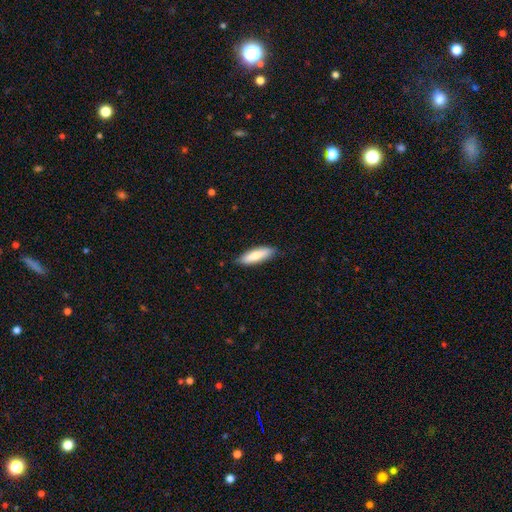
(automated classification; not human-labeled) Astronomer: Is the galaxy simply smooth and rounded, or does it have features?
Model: smooth — 74%.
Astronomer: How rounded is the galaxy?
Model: cigar-shaped — 53% (runner-up: in between, 45%).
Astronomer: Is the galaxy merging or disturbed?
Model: none — 85%.